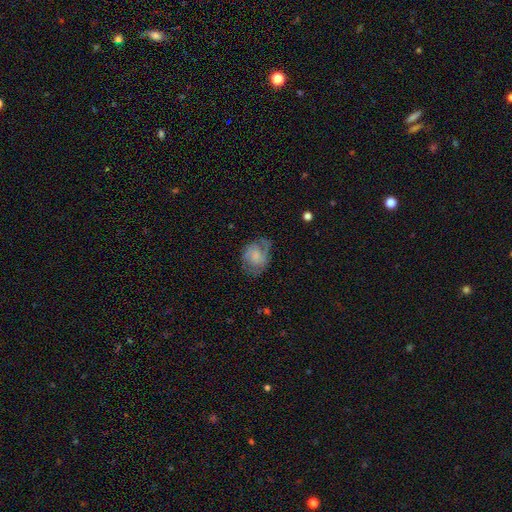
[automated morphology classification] featured or disk 56%, smooth 36%, star or artifact 8%. Down the decision tree: edge-on disk — no (97%); bar — no (65%); spiral arms — yes (84%); bulge size — none (37%); merging — none (53%).